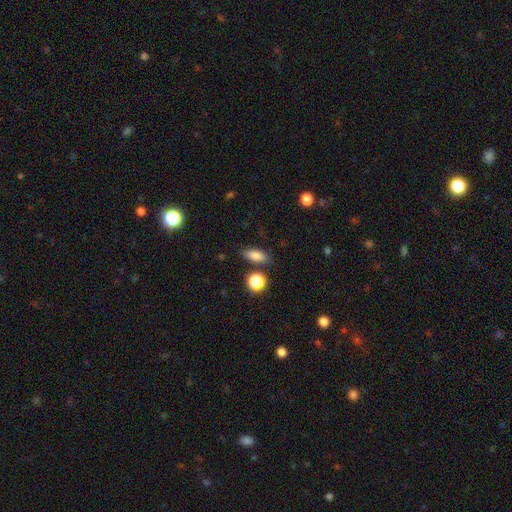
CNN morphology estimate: Smooth or featured?
  - smooth: 82% *
  - star or artifact: 11%
  - featured or disk: 7%
How rounded?
  - in between: 72% *
  - cigar-shaped: 17%
  - round: 11%
Merging?
  - none: 82% *
  - minor disturbance: 10%
  - merger: 5%
  - major disturbance: 3%